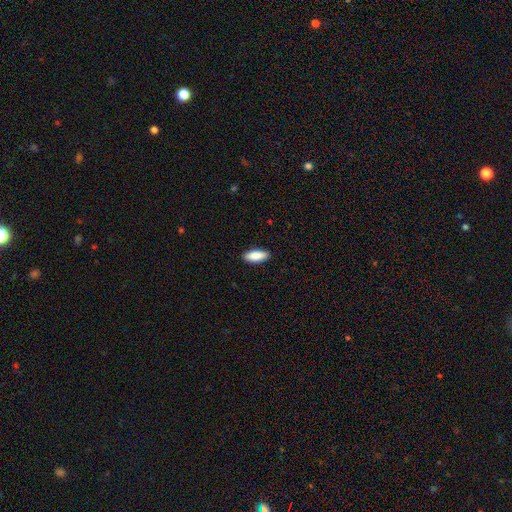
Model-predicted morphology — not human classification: This is clearly a smooth galaxy (88%). How rounded: likely in between (76%). Merging: clearly none (90%).